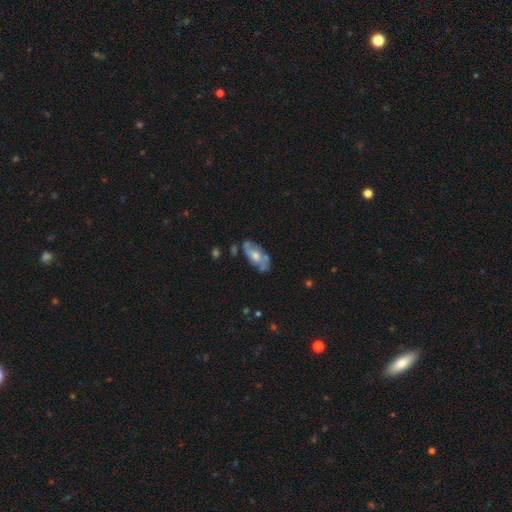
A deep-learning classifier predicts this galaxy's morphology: type=featured or disk (59%); edge-on=no (90%); bar=no (71%); spiral arms=yes (66%); bulge=moderate (61%); merging=none (60%).